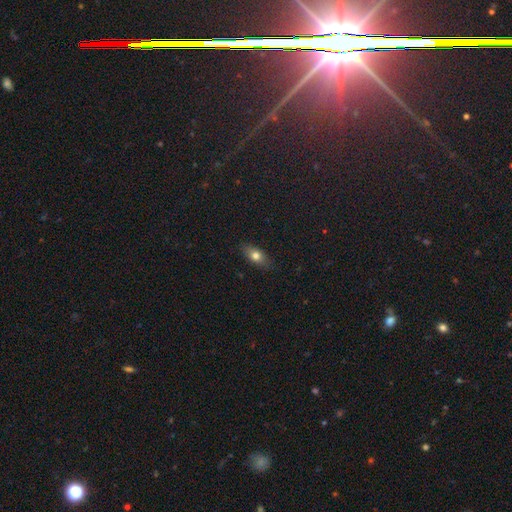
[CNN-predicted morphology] Smooth or featured? Predicted: smooth (p=0.73). How rounded? Predicted: in between (p=0.80). Merging? Predicted: none (p=0.85).